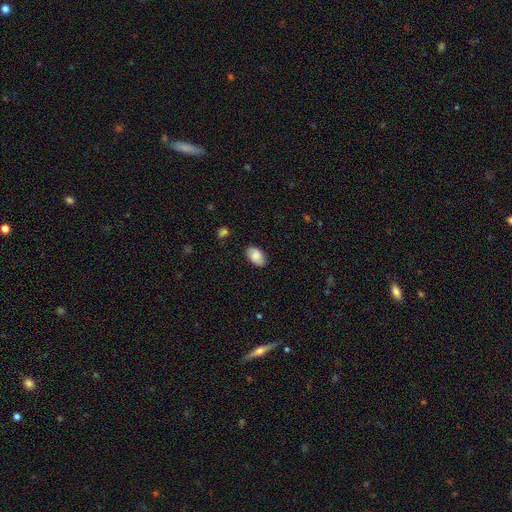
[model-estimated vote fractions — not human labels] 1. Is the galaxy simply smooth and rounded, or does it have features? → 83% smooth, 10% featured or disk, 7% star or artifact.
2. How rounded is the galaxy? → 93% in between, 6% round, 1% cigar-shaped.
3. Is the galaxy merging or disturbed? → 84% none, 12% minor disturbance, 2% major disturbance, 1% merger.